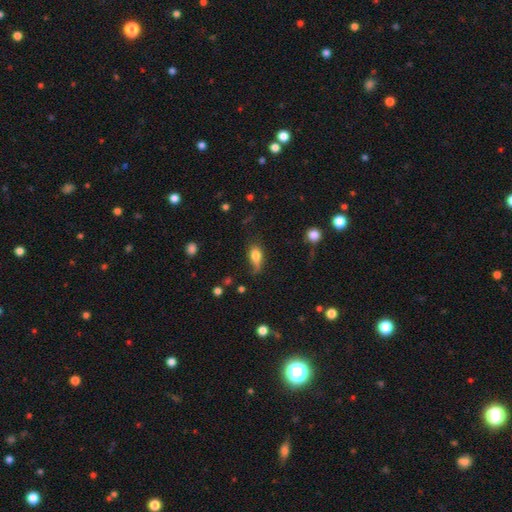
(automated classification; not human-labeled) A smooth galaxy with no disk features (75%) that is in between round and cigar-shaped (80%).

Vote fractions:
- Smooth or featured? smooth: 75% / featured or disk: 16% / star or artifact: 9%
- How rounded? in between: 80% / cigar-shaped: 10% / round: 10%
- Merging? none: 45% / minor disturbance: 35% / major disturbance: 16% / merger: 3%